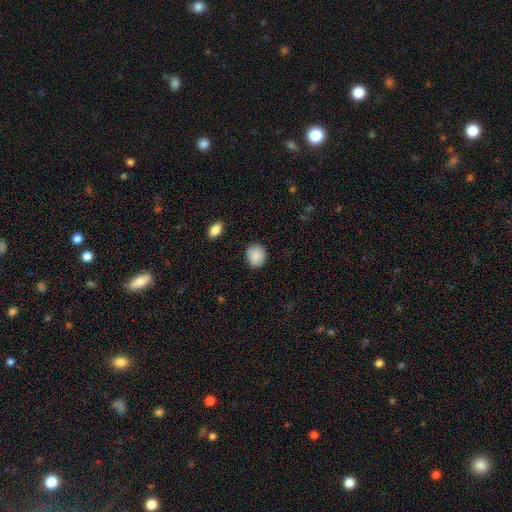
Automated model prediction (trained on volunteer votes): Smooth or featured? smooth (88%)
How rounded? round (67%)
Merging? none (83%)